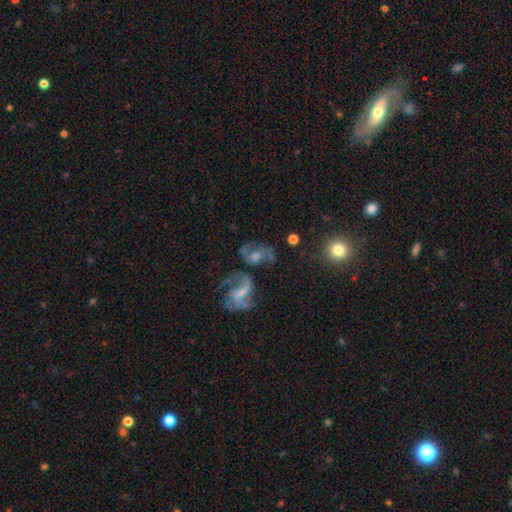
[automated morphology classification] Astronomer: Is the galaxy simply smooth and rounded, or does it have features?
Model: featured or disk — 67%.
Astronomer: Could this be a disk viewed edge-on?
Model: no — 96%.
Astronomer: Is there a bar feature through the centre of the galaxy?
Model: no — 52% (runner-up: weak, 35%).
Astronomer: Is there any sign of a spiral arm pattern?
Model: yes — 82%.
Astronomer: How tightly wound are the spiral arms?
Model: loose — 50% (runner-up: medium, 39%).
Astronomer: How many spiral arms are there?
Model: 2 — 70%.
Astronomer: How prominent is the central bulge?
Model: moderate — 45% (runner-up: small, 31%).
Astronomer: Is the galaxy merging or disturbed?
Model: none — 41% (runner-up: merger, 22%).